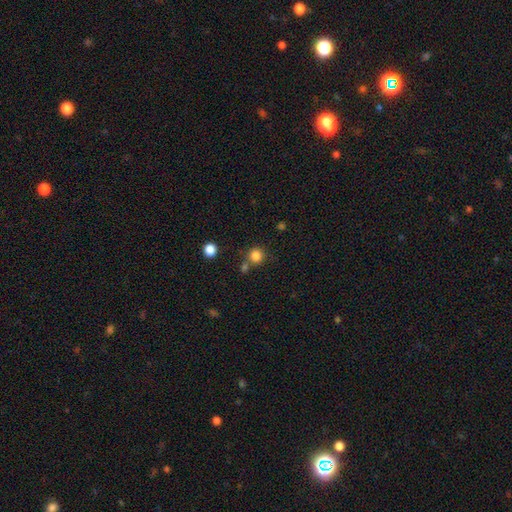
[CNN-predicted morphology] smooth 83%, star or artifact 12%, featured or disk 5%. Down the decision tree: how rounded — round (93%); merging — none (71%).